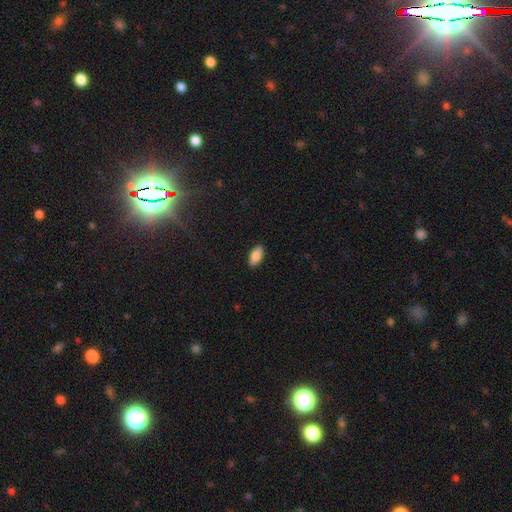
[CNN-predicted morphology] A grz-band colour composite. It shows a smooth galaxy with no disk features (85%) that is in between round and cigar-shaped (90%). Merging: none (89%).